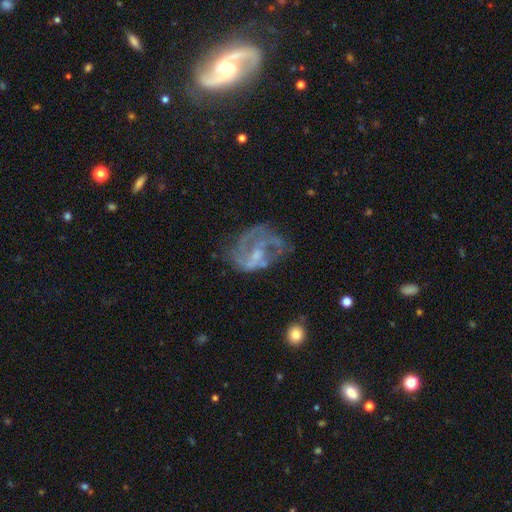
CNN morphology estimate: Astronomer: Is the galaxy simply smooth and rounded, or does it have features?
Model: featured or disk — 76%.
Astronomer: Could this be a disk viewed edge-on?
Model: no — 98%.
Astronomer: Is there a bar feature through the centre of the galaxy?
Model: no — 48% (runner-up: weak, 41%).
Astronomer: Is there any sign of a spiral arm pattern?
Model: yes — 66%.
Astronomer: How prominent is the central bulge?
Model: small — 42% (runner-up: moderate, 29%).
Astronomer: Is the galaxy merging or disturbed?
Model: none — 45% (runner-up: major disturbance, 29%).